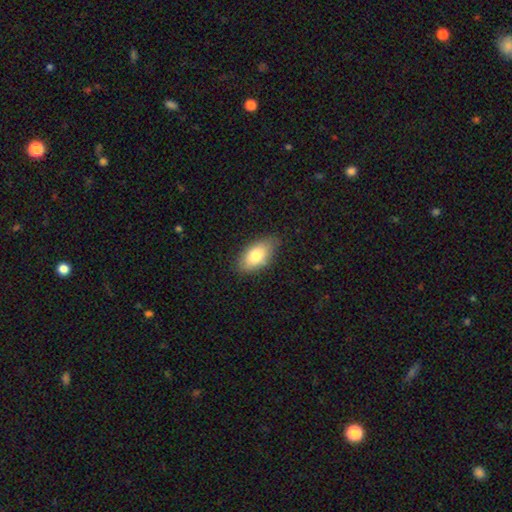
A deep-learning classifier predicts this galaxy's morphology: The model was most divided on "smooth or featured": smooth: 77%, featured or disk: 15%, star or artifact: 7%. More confident: how rounded — in between (91%); merging — none (80%).